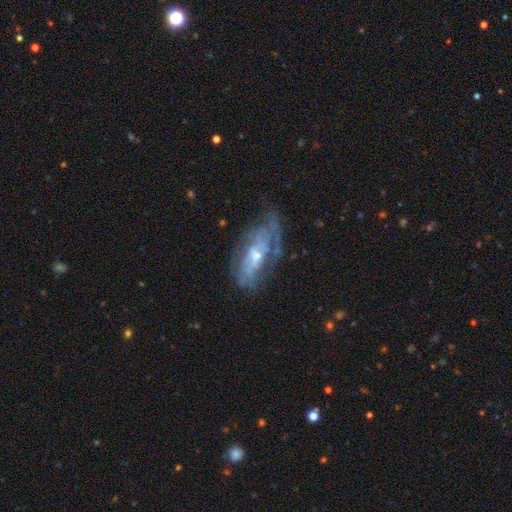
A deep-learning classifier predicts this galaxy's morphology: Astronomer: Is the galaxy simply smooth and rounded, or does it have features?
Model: featured or disk — 75%.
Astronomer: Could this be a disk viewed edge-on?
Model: no — 89%.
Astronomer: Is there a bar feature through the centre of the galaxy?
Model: no — 60%.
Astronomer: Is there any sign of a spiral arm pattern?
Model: yes — 73%.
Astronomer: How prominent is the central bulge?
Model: small — 56% (runner-up: moderate, 38%).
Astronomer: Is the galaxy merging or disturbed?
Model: none — 49% (runner-up: minor disturbance, 25%).